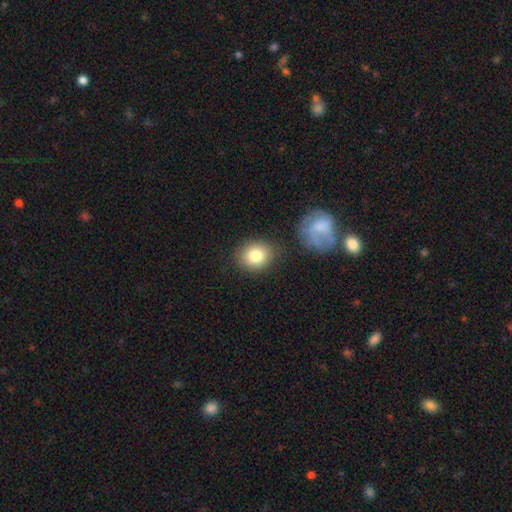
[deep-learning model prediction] A smooth galaxy with no disk features (82%) that is round (61%). Merging: none (81%).